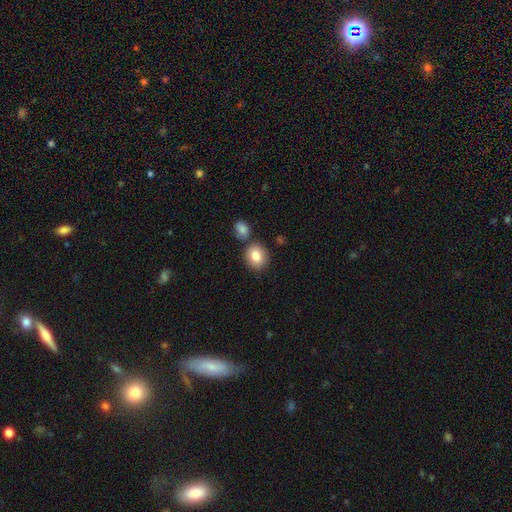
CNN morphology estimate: A smooth galaxy with no disk features (84%) that is round (68%).

Vote fractions:
- Smooth or featured? smooth: 84% / star or artifact: 8% / featured or disk: 8%
- How rounded? round: 68% / in between: 31% / cigar-shaped: 1%
- Merging? none: 74% / merger: 13% / minor disturbance: 10% / major disturbance: 3%